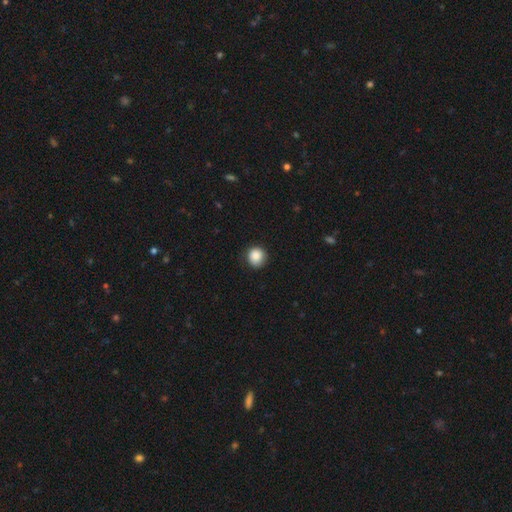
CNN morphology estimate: This is clearly a smooth galaxy (87%). How rounded: clearly round (89%). Merging: clearly none (80%).